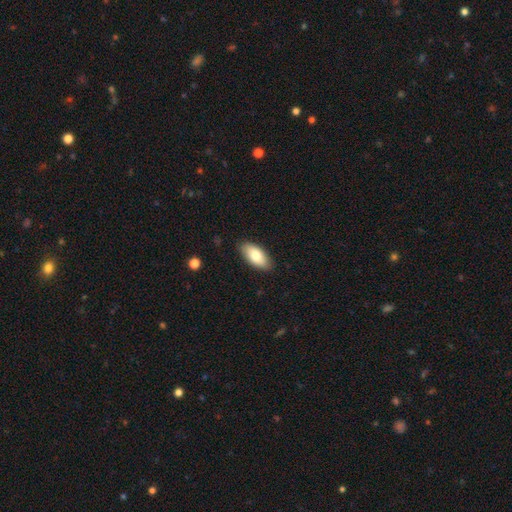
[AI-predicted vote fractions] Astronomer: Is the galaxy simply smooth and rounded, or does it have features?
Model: smooth — 79%.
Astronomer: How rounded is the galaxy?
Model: in between — 92%.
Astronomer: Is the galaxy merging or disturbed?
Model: none — 86%.